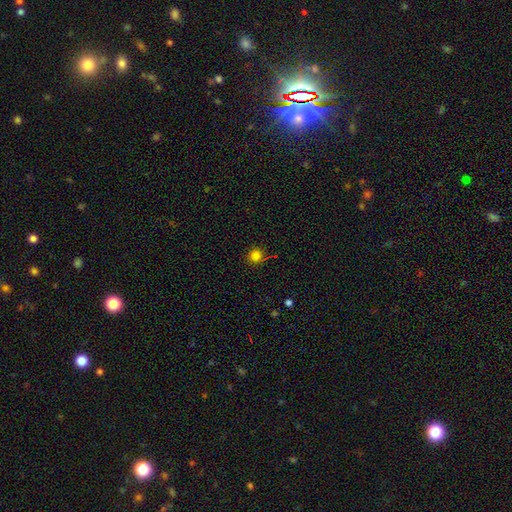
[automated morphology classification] A smooth galaxy with no disk features (81%) that is round (93%).

Vote fractions:
- Smooth or featured? smooth: 81% / star or artifact: 15% / featured or disk: 4%
- How rounded? round: 93% / in between: 6% / cigar-shaped: 1%
- Merging? none: 87% / minor disturbance: 9% / major disturbance: 2% / merger: 2%